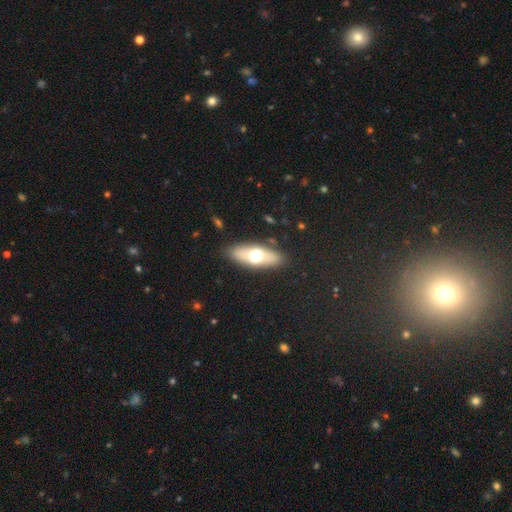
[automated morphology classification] Smooth or featured? Predicted: smooth (p=0.56). How rounded? Predicted: in between (p=0.67). Merging? Predicted: none (p=0.85).